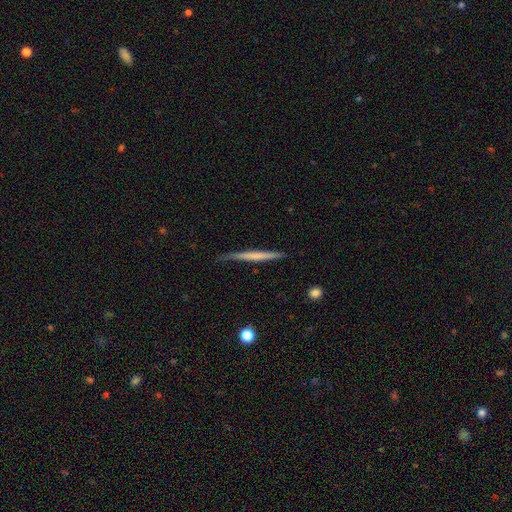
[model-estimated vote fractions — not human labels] This is possibly a smooth galaxy (50%). Merging: likely none (78%).